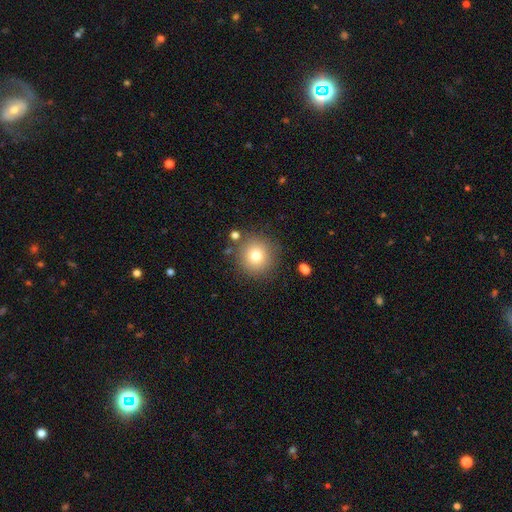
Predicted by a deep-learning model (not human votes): A smooth galaxy with no disk features (78%) that is round (94%). Merging: none (84%).